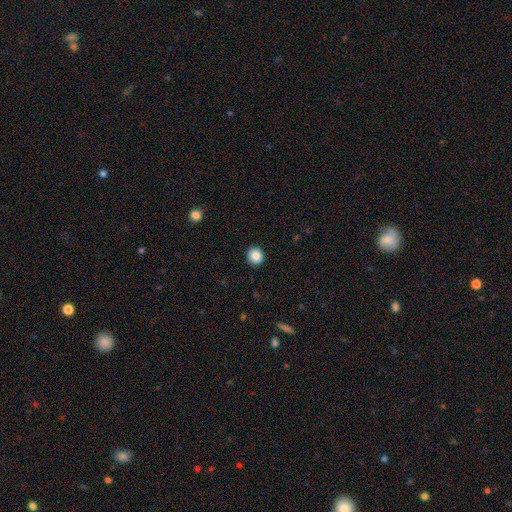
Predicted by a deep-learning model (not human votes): The model was most divided on "how rounded": round: 87%, in between: 12%, cigar-shaped: 1%. More confident: merging — none (91%); smooth or featured — smooth (87%).